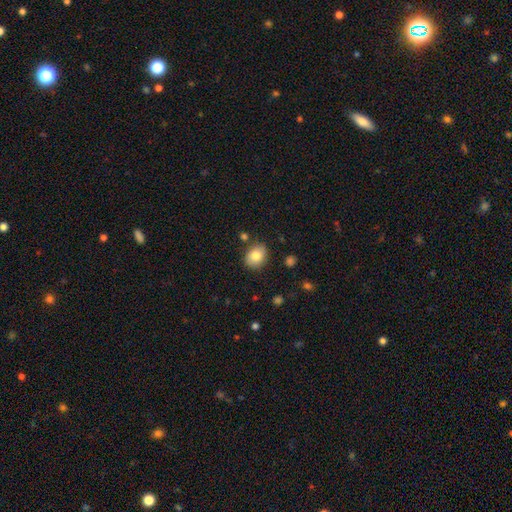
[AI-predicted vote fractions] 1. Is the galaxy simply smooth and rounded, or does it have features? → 81% smooth, 11% featured or disk, 8% star or artifact.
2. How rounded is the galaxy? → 56% in between, 43% round, 1% cigar-shaped.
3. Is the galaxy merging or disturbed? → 83% none, 12% minor disturbance, 3% merger, 3% major disturbance.